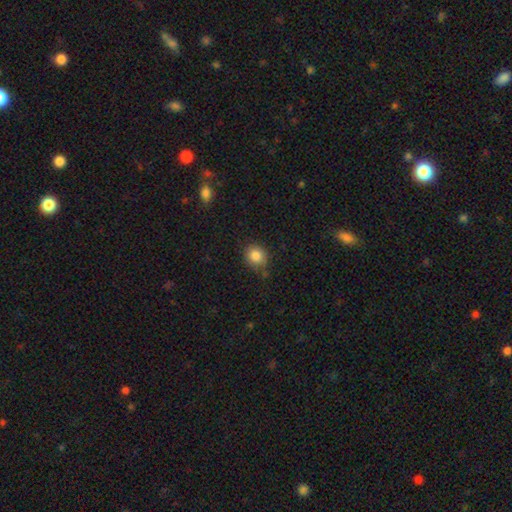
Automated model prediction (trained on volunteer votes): A smooth galaxy with no disk features (85%) that is round (76%). Merging: none (74%).